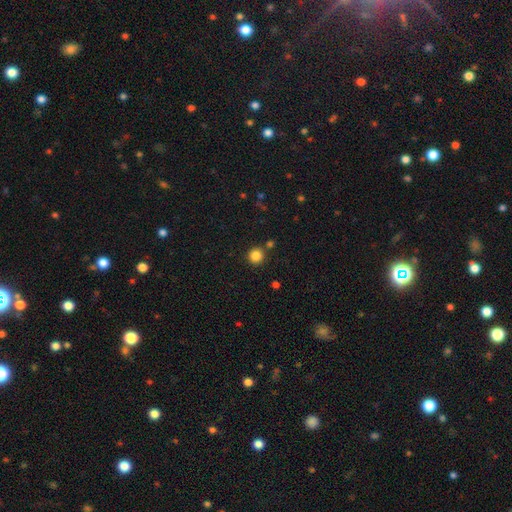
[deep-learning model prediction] Q: Smooth or featured?
A: smooth (85%); runner-up: star or artifact (12%)
Q: How rounded?
A: round (94%); runner-up: in between (5%)
Q: Merging?
A: none (84%); runner-up: merger (7%)